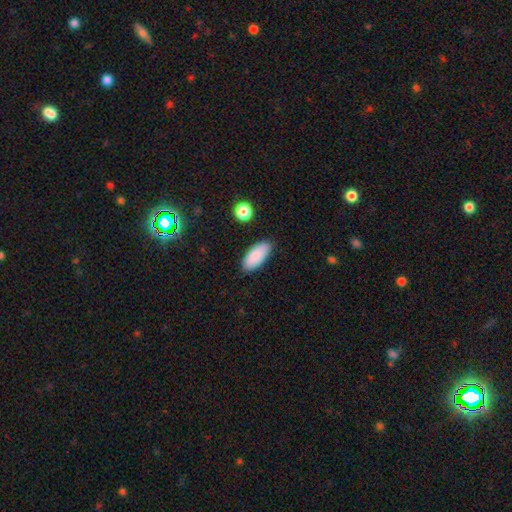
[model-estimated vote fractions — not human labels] Smooth or featured?
  - smooth: 88% *
  - star or artifact: 7%
  - featured or disk: 5%
How rounded?
  - in between: 89% *
  - cigar-shaped: 9%
  - round: 2%
Merging?
  - none: 84% *
  - minor disturbance: 12%
  - major disturbance: 2%
  - merger: 1%